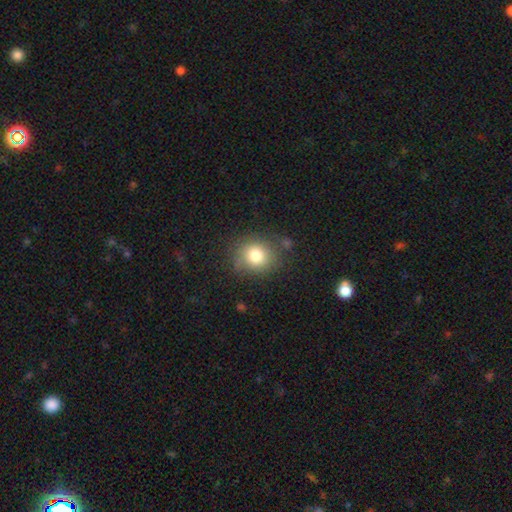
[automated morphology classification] Smooth or featured? Predicted: smooth (p=0.78). How rounded? Predicted: round (p=0.79). Merging? Predicted: none (p=0.76).